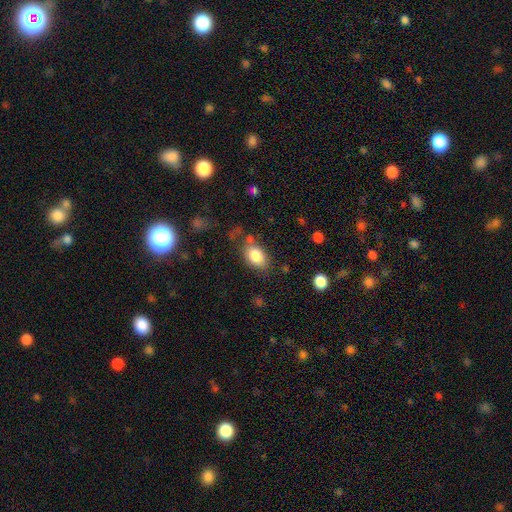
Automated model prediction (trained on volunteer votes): This appears to be a smooth galaxy with no disk features (85%) that is in between round and cigar-shaped (84%). Merging: none (68%).